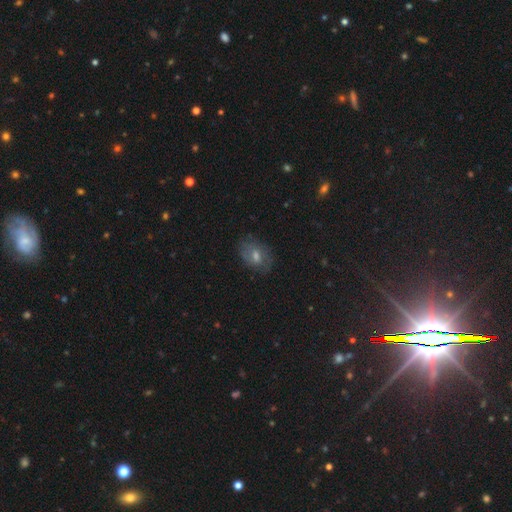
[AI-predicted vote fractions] Smooth or featured: featured or disk — 41% (tied with smooth — 41%)
Merging: none — 76% (minor disturbance — 17%)